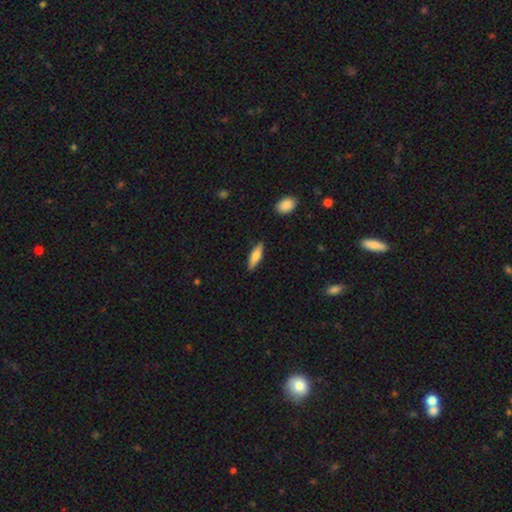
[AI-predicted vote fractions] Smooth or featured? Predicted: smooth (p=0.64). How rounded? Predicted: cigar-shaped (p=0.60). Merging? Predicted: none (p=0.85).